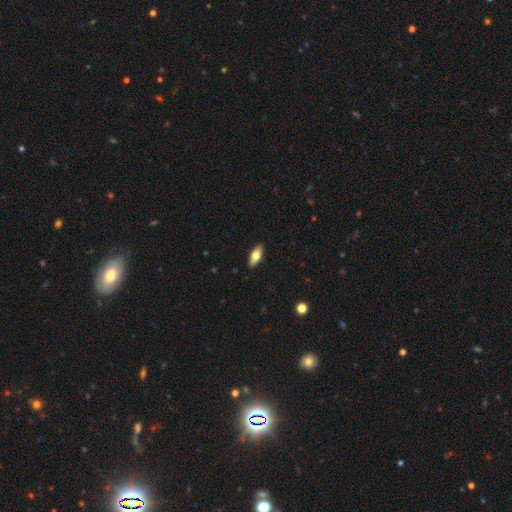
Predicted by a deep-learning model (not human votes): Morphology: type=smooth (66%); roundness=in between (74%); merging=none (89%).